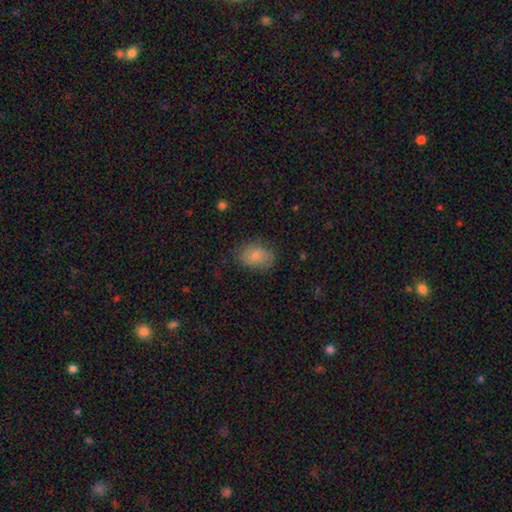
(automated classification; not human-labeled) smooth-or-featured: smooth: 79% | featured or disk: 13% | star or artifact: 8%
  how-rounded: in between: 76% | round: 23% | cigar-shaped: 1%
  merging: none: 71% | minor disturbance: 21% | major disturbance: 7% | merger: 1%